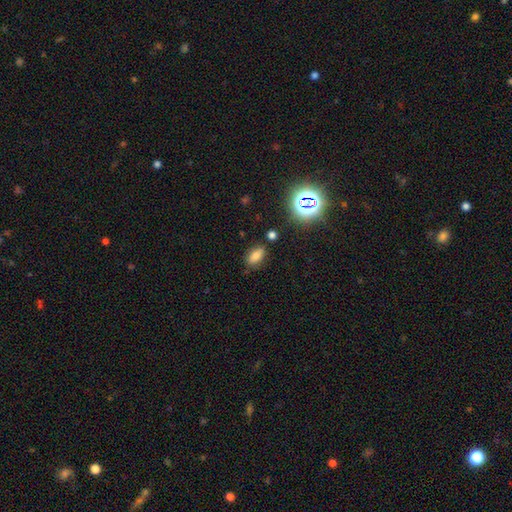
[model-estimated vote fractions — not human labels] A smooth galaxy with no disk features (75%) that is in between round and cigar-shaped (85%). Merging: none (79%).